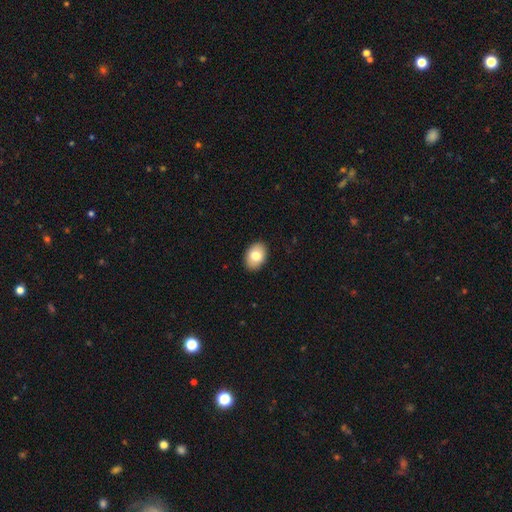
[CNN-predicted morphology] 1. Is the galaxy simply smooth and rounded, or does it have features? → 79% smooth, 14% featured or disk, 7% star or artifact.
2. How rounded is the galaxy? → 81% in between, 18% round, 1% cigar-shaped.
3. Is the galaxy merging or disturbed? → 90% none, 7% minor disturbance, 2% major disturbance, 1% merger.